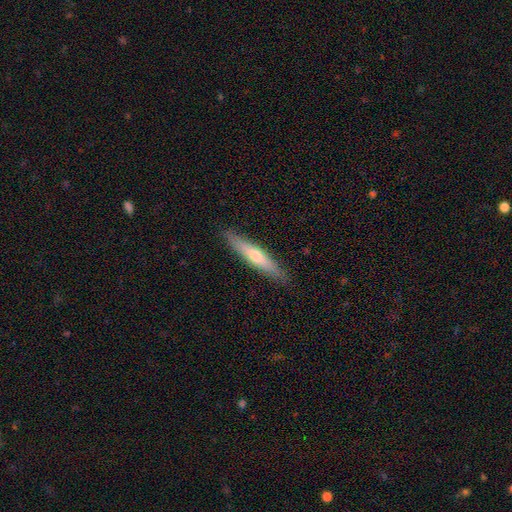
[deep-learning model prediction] smooth_or_featured: featured or disk (p=0.48) [alt: smooth p=0.45]
merging: none (p=0.91) [alt: minor disturbance p=0.07]